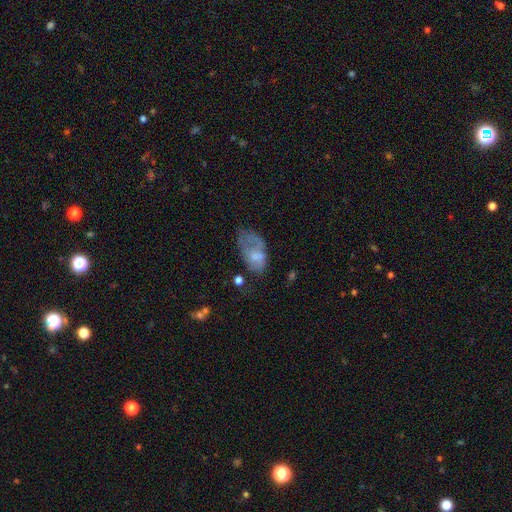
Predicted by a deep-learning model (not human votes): This appears to be a smooth galaxy with no disk features (55%) that is in between round and cigar-shaped (91%). Merging: major disturbance (36%).